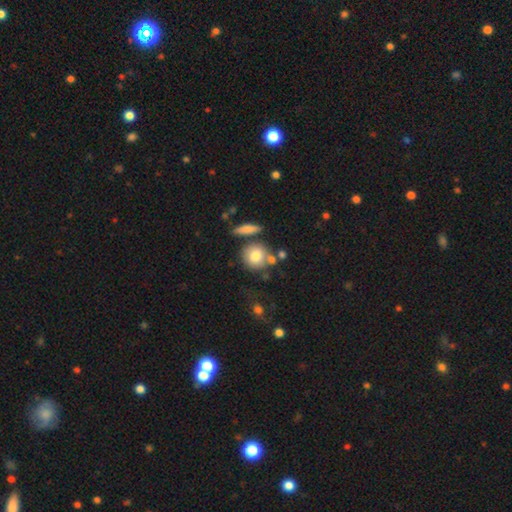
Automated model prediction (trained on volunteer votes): This appears to be a smooth galaxy with no disk features (77%) that is round (86%). Merging: none (63%).